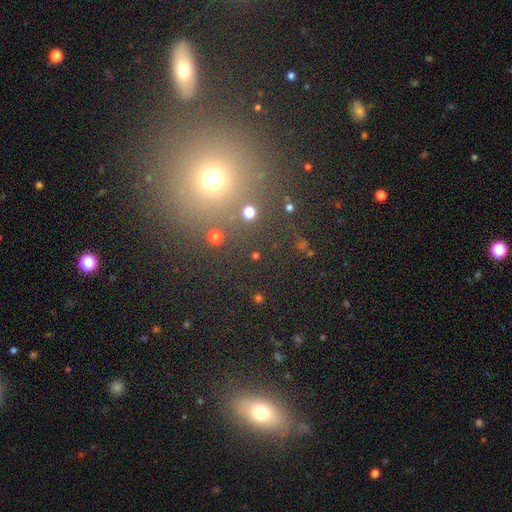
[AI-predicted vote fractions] This is possibly a smooth galaxy (46%). Merging: clearly none (82%).